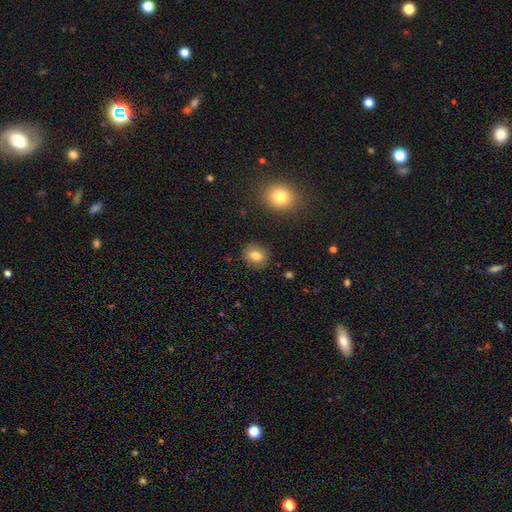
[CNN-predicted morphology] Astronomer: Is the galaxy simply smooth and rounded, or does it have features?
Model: smooth — 80%.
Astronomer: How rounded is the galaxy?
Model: round — 69%.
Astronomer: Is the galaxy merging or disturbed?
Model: none — 88%.